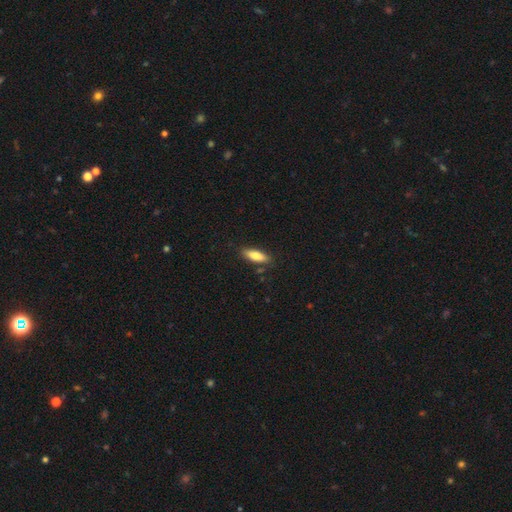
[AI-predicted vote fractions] This appears to be a smooth galaxy with no disk features (79%) that is in between round and cigar-shaped (56%). Merging: none (83%).